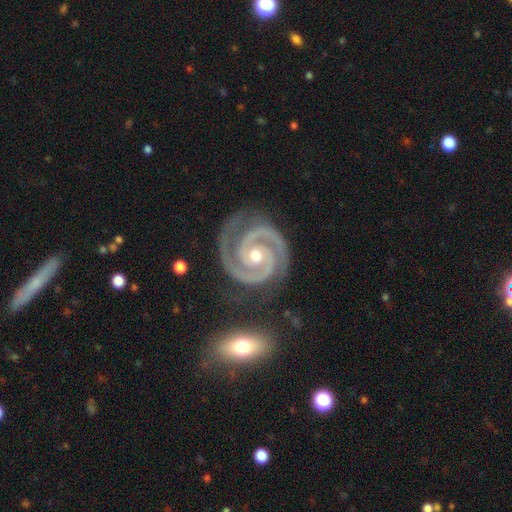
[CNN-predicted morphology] Smooth or featured? Predicted: featured or disk (p=0.94). Edge-on disk? Predicted: no (p=0.98). Bar? Predicted: no (p=0.52). Spiral arms? Predicted: yes (p=0.99). Spiral winding? Predicted: tight (p=0.78). Spiral arm count? Predicted: 2 (p=0.92). Bulge size? Predicted: moderate (p=0.54). Merging? Predicted: none (p=0.79).